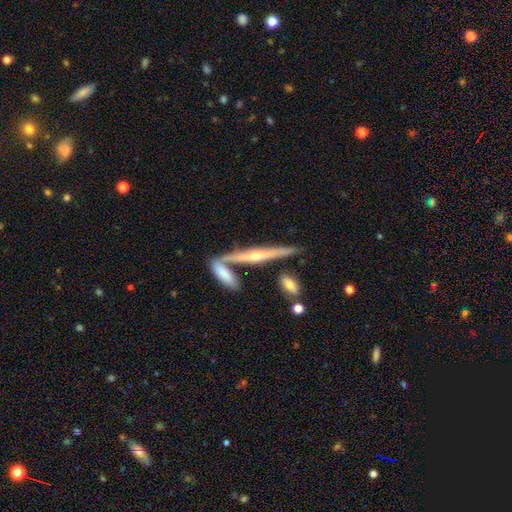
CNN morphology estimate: Overall: featured or disk (72%). Edge-on disk: yes (95%). Edge-on bulge: rounded (85%). Merging: none (69%).